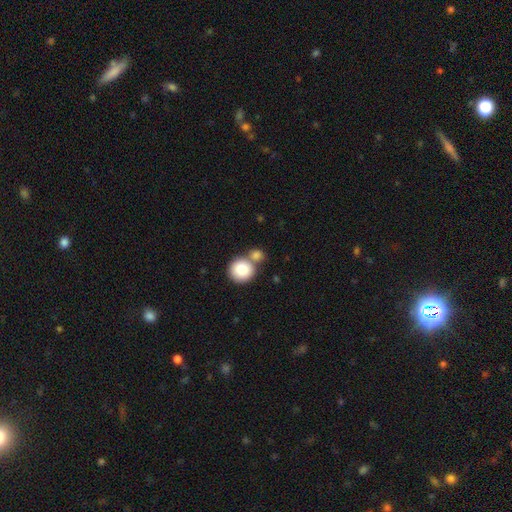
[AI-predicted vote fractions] smooth 84%, featured or disk 9%, star or artifact 8%. Down the decision tree: how rounded — round (82%); merging — none (46%).